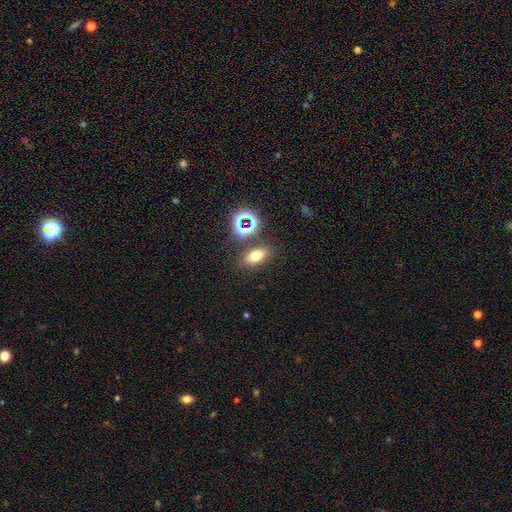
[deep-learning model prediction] Smooth or featured? smooth (66%)
How rounded? in between (74%)
Merging? none (78%)